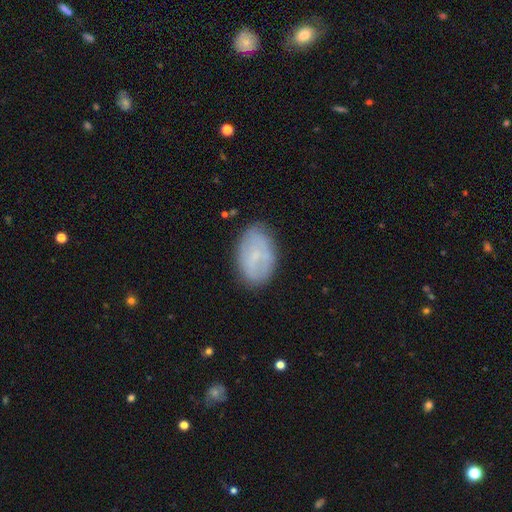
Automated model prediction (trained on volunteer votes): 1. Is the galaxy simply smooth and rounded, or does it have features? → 58% smooth, 34% featured or disk, 8% star or artifact.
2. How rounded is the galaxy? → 90% in between, 9% round, 1% cigar-shaped.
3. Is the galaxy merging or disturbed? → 74% none, 19% minor disturbance, 5% major disturbance, 2% merger.